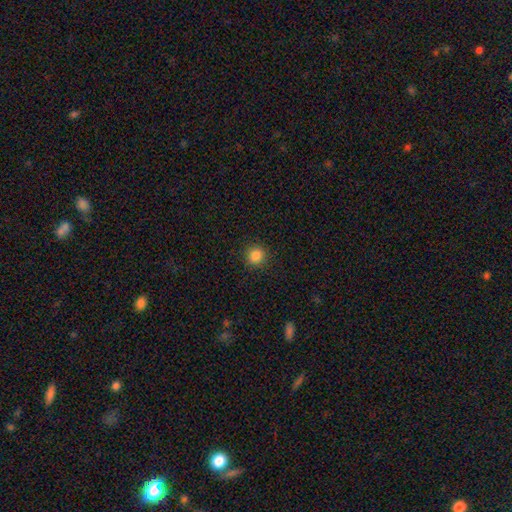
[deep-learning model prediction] Smooth or featured?
  - smooth: 85% *
  - star or artifact: 12%
  - featured or disk: 4%
How rounded?
  - round: 92% *
  - in between: 7%
  - cigar-shaped: 1%
Merging?
  - none: 91% *
  - minor disturbance: 6%
  - major disturbance: 2%
  - merger: 1%